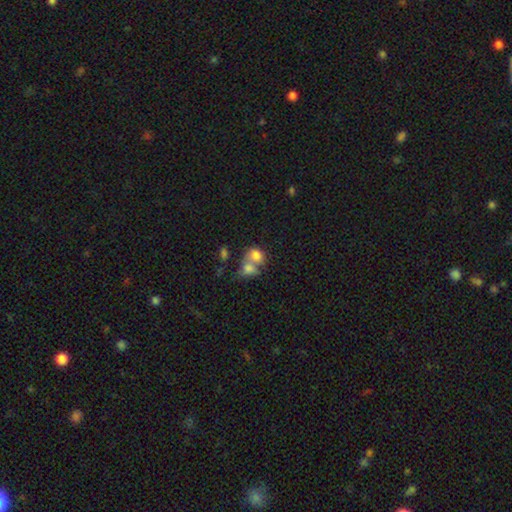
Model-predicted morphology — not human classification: Q: Smooth or featured?
A: smooth (75%); runner-up: featured or disk (16%)
Q: How rounded?
A: in between (50%); runner-up: round (48%)
Q: Merging?
A: merger (69%); runner-up: none (19%)